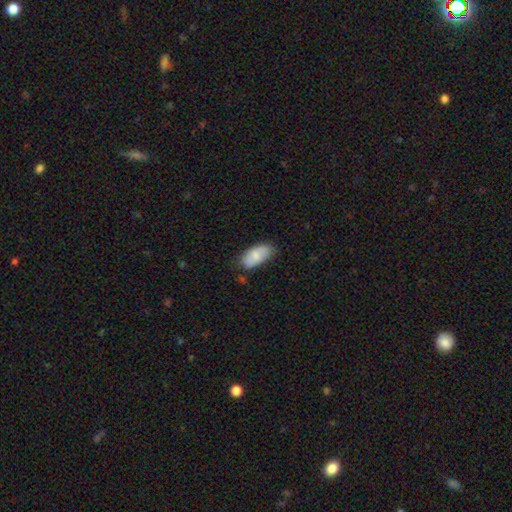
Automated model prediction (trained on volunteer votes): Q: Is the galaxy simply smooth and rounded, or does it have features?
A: smooth — 72%.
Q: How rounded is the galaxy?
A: in between — 93%.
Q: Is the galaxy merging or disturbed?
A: none — 72%.